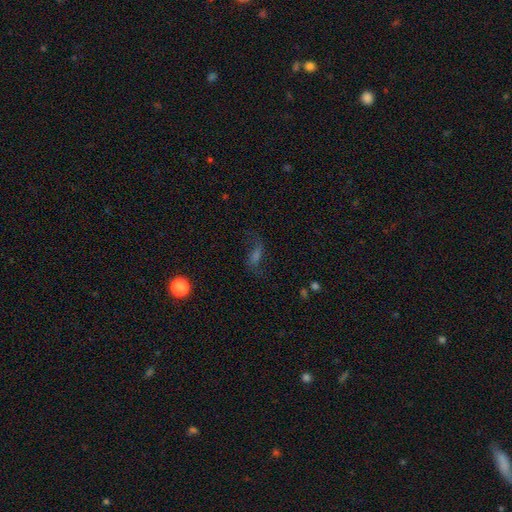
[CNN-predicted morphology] Smooth or featured?
  - featured or disk: 46% *
  - smooth: 30%
  - star or artifact: 24%
Merging?
  - none: 66% *
  - minor disturbance: 17%
  - major disturbance: 15%
  - merger: 3%